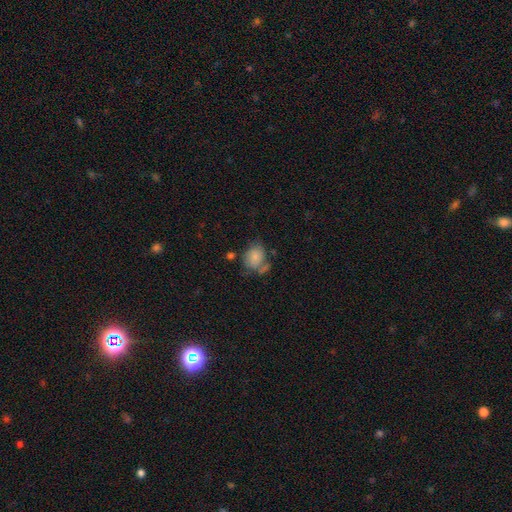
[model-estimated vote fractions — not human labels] Smooth or featured? Predicted: smooth (p=0.78). How rounded? Predicted: round (p=0.52). Merging? Predicted: none (p=0.43).